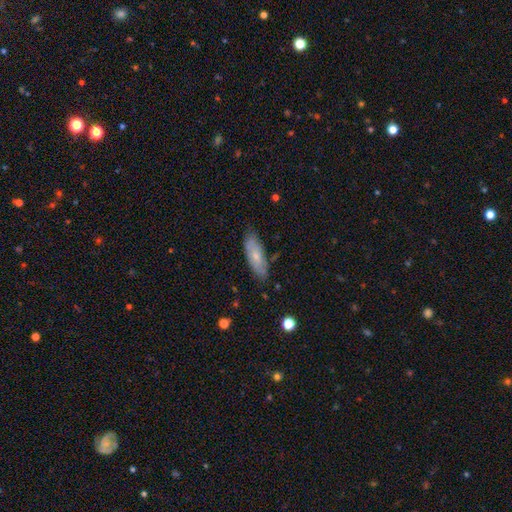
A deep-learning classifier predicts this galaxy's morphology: Q: Smooth or featured?
A: smooth (58%); runner-up: featured or disk (36%)
Q: How rounded?
A: in between (61%); runner-up: cigar-shaped (36%)
Q: Merging?
A: none (76%); runner-up: minor disturbance (19%)